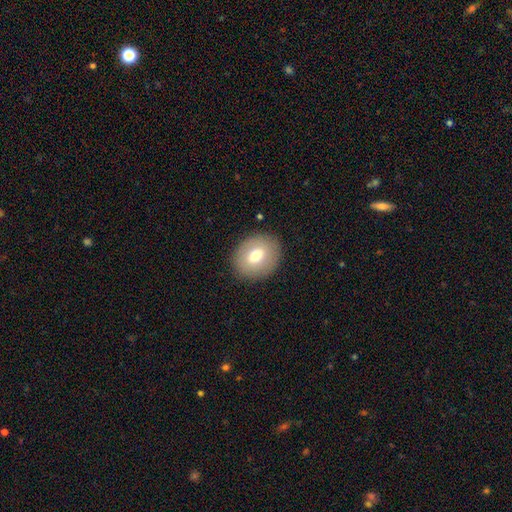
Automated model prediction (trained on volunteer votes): Smooth or featured? Predicted: smooth (p=0.69). How rounded? Predicted: round (p=0.56). Merging? Predicted: none (p=0.87).